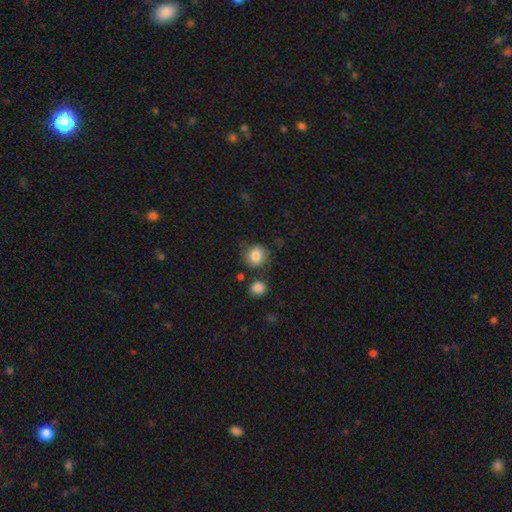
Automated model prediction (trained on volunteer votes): Smooth or featured?
  - smooth: 82% *
  - featured or disk: 9%
  - star or artifact: 9%
How rounded?
  - round: 82% *
  - in between: 18%
  - cigar-shaped: 1%
Merging?
  - none: 70% *
  - minor disturbance: 18%
  - merger: 6%
  - major disturbance: 6%